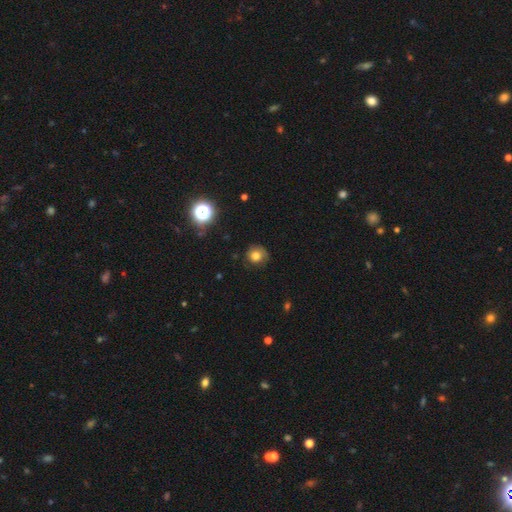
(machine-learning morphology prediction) A smooth galaxy with no disk features (76%) that is round (87%). Merging: none (78%).